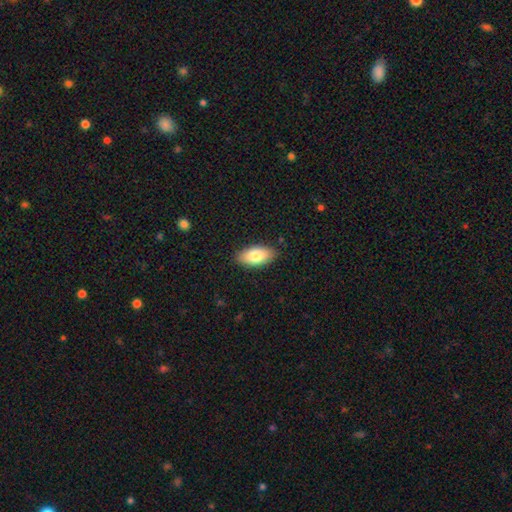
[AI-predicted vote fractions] Overall: smooth (79%). How rounded: in between (93%). Merging: none (86%).